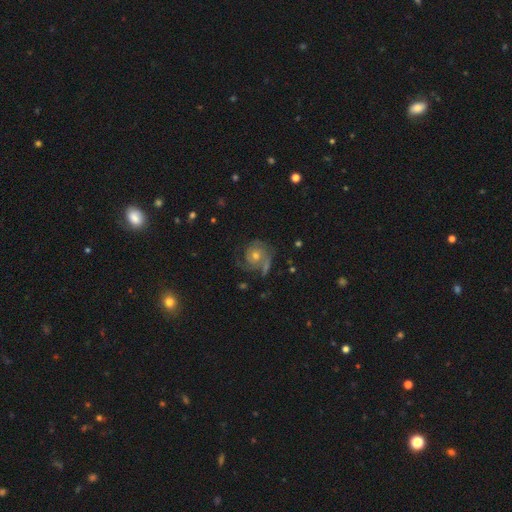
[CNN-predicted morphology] This appears to be a featured or disk galaxy (82%) with no bar (79%), 2 (38%) tight (54%) spiral arms (95%) and a moderate central bulge (59%). Merging: none (67%).